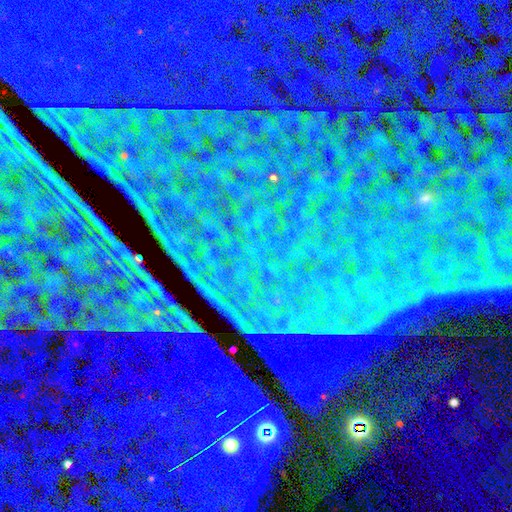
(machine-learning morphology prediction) smooth_or_featured: star or artifact (p=0.88) [alt: featured or disk p=0.06]